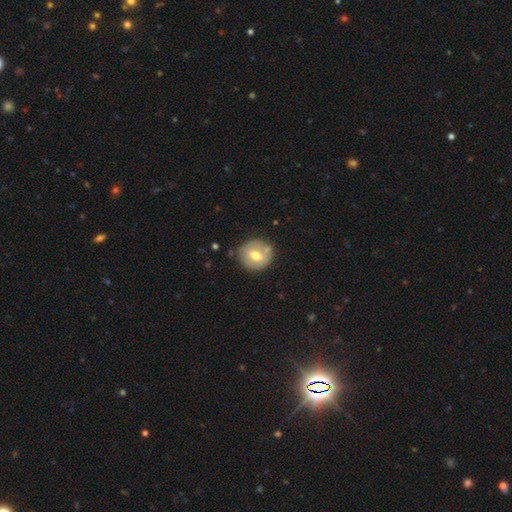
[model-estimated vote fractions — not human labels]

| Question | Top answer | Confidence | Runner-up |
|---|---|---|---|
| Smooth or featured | smooth | 51% | featured or disk (42%) |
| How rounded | round | 85% | in between (14%) |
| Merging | none | 72% | minor disturbance (17%) |